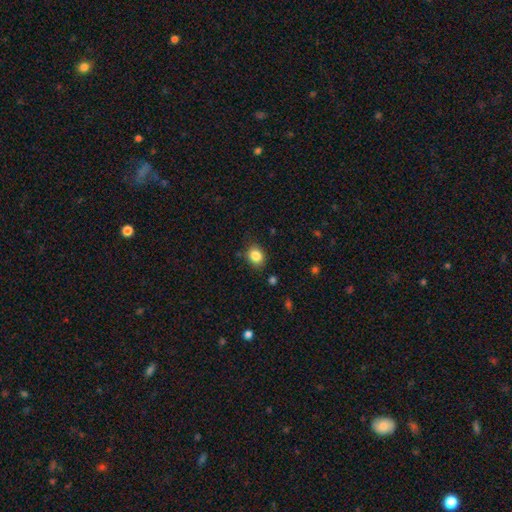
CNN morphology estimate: Overall: smooth (85%). How rounded: round (54%; in between 45%). Merging: none (83%).